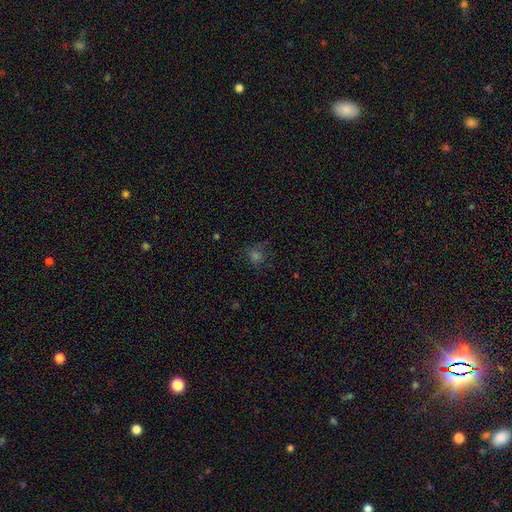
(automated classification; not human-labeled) Smooth or featured? Predicted: smooth (p=0.58). How rounded? Predicted: round (p=0.86). Merging? Predicted: none (p=0.73).